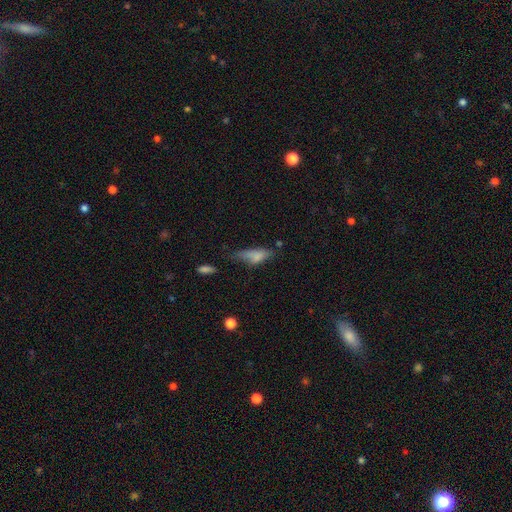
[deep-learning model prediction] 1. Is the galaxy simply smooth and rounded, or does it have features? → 69% smooth, 22% featured or disk, 9% star or artifact.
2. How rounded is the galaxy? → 59% in between, 38% cigar-shaped, 3% round.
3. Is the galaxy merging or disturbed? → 39% none, 36% minor disturbance, 19% major disturbance, 7% merger.